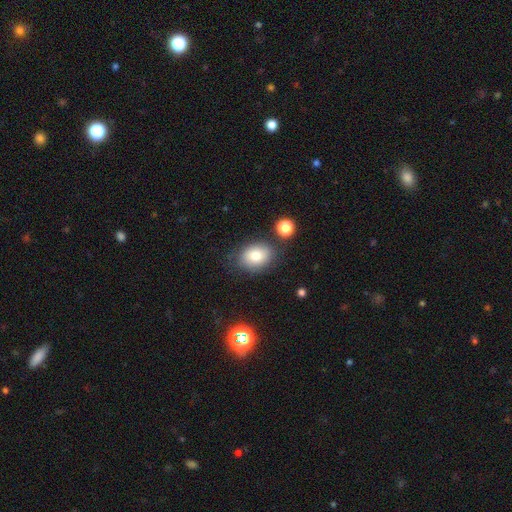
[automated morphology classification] Q: Smooth or featured?
A: smooth (76%); runner-up: featured or disk (14%)
Q: How rounded?
A: in between (59%); runner-up: round (40%)
Q: Merging?
A: none (76%); runner-up: minor disturbance (14%)